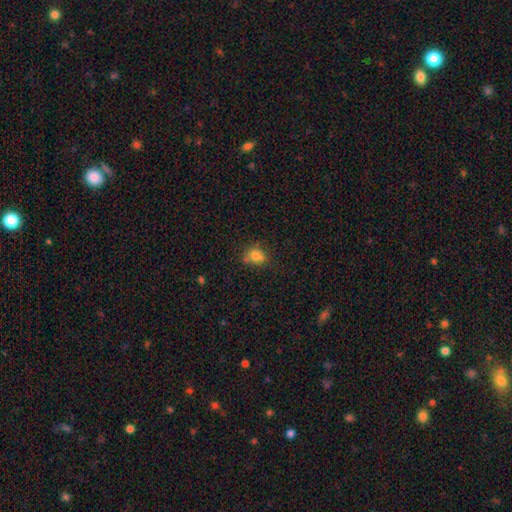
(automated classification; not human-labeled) This is likely a smooth galaxy (78%). How rounded: possibly round (56%). Merging: possibly none (59%).